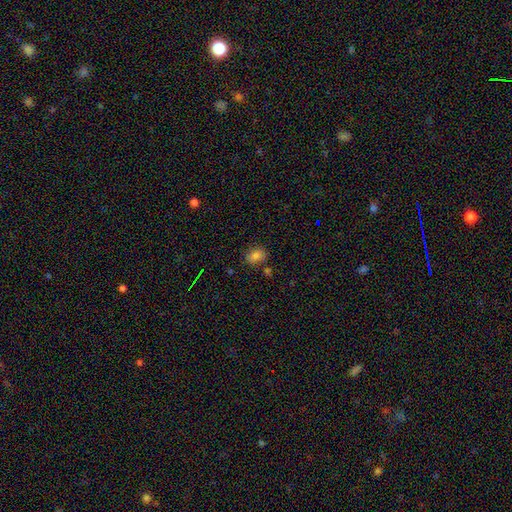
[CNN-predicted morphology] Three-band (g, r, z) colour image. It shows a smooth galaxy with no disk features (81%) that is in between round and cigar-shaped (73%). Merging: none (78%).